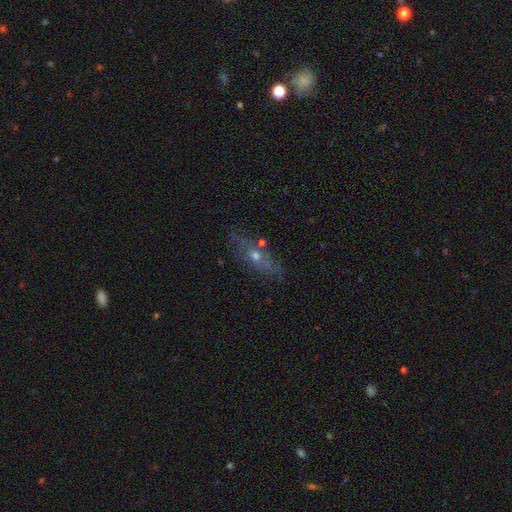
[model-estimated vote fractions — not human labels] smooth-or-featured: featured or disk: 52% | smooth: 32% | star or artifact: 15%
  disk-edge-on: no: 59% | yes: 41%
  merging: none: 72% | minor disturbance: 16% | merger: 6% | major disturbance: 6%